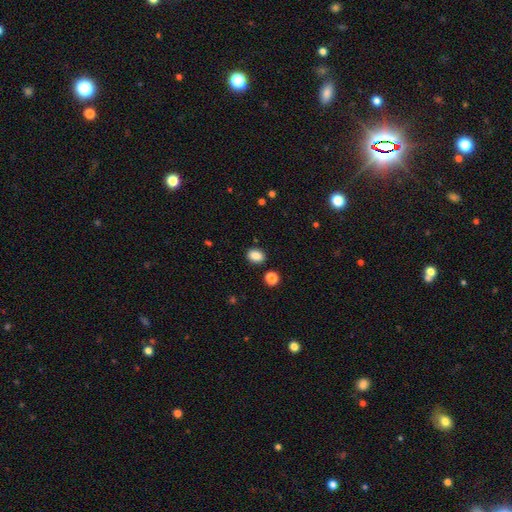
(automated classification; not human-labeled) The model was most divided on "how rounded": in between: 68%, round: 31%, cigar-shaped: 1%. More confident: smooth or featured — smooth (87%); merging — none (86%).